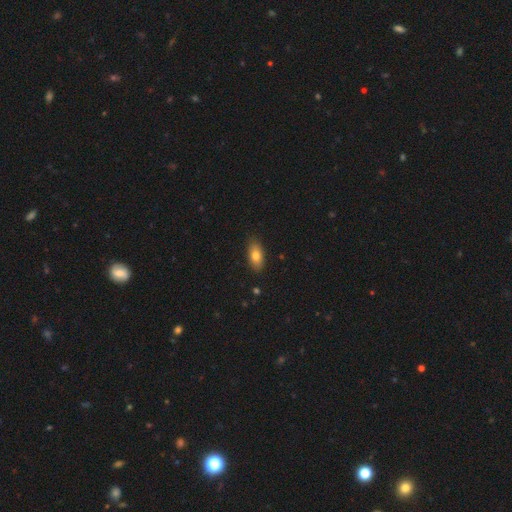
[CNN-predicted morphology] Overall: smooth (79%). How rounded: in between (87%). Merging: none (86%).